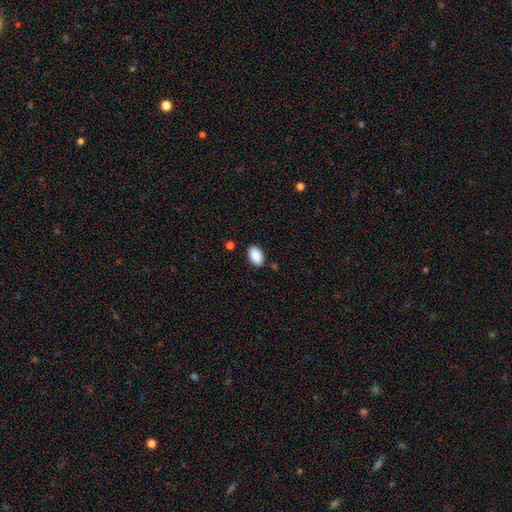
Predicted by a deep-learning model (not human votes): Smooth or featured?
  - smooth: 90% *
  - star or artifact: 7%
  - featured or disk: 3%
How rounded?
  - in between: 92% *
  - round: 6%
  - cigar-shaped: 1%
Merging?
  - none: 86% *
  - minor disturbance: 10%
  - major disturbance: 2%
  - merger: 2%